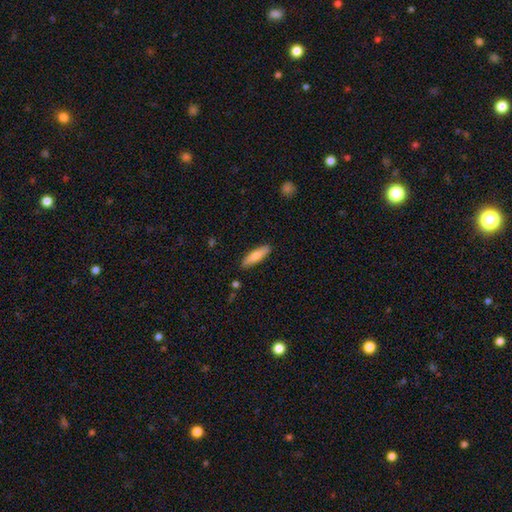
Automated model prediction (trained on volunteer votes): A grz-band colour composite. It shows a smooth galaxy with no disk features (72%) that is cigar-shaped (71%). Merging: none (88%).